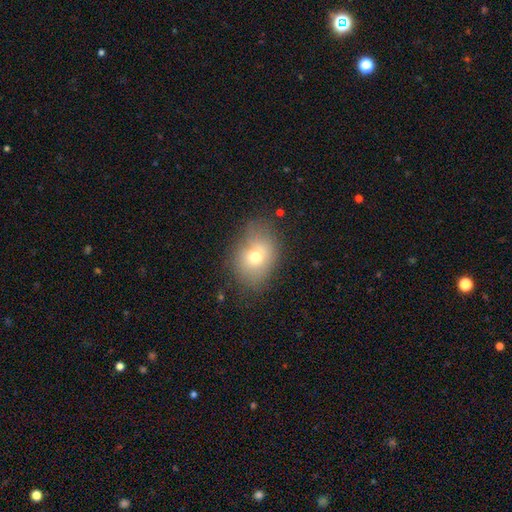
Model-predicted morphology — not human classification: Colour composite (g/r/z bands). It shows a smooth galaxy with no disk features (69%) that is in between round and cigar-shaped (60%). Merging: none (68%).